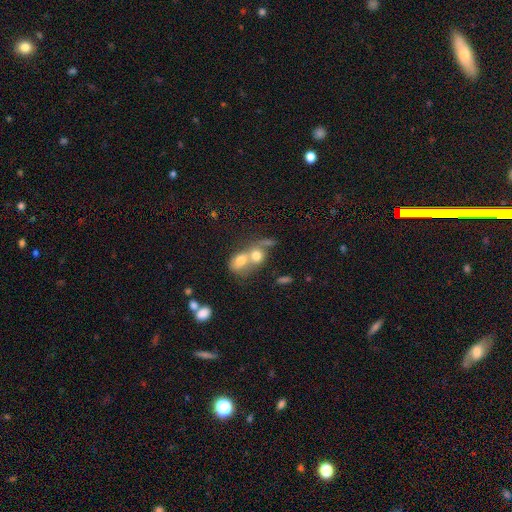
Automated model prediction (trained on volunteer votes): Morphology: type=smooth (69%); roundness=round (50%); merging=merger (75%).